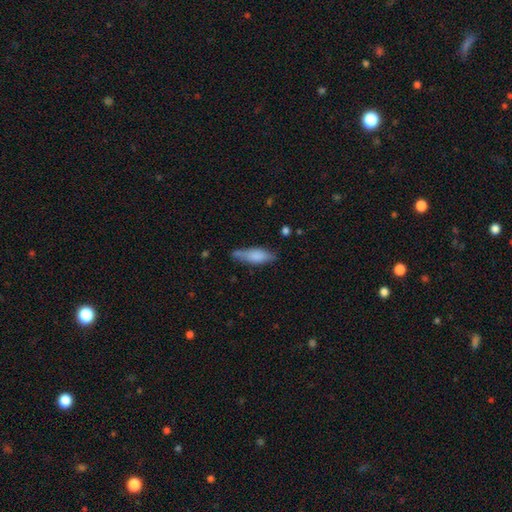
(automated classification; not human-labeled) smooth-or-featured: smooth: 72% | featured or disk: 22% | star or artifact: 6%
  how-rounded: cigar-shaped: 52% | in between: 46% | round: 2%
  merging: none: 68% | minor disturbance: 24% | major disturbance: 5% | merger: 3%